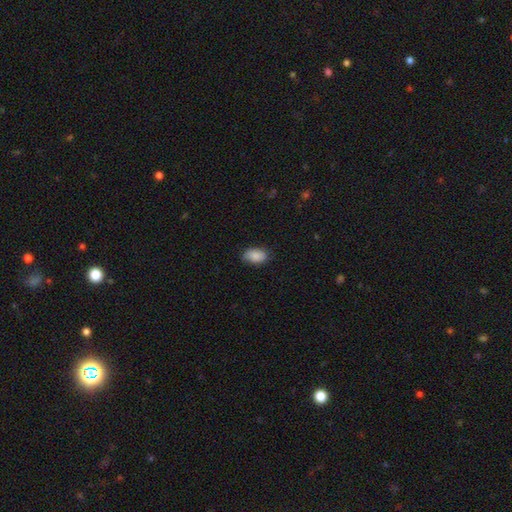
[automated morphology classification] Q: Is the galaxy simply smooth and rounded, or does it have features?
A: smooth — 87%.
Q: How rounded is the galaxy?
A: in between — 91%.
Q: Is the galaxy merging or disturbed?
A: none — 76%.